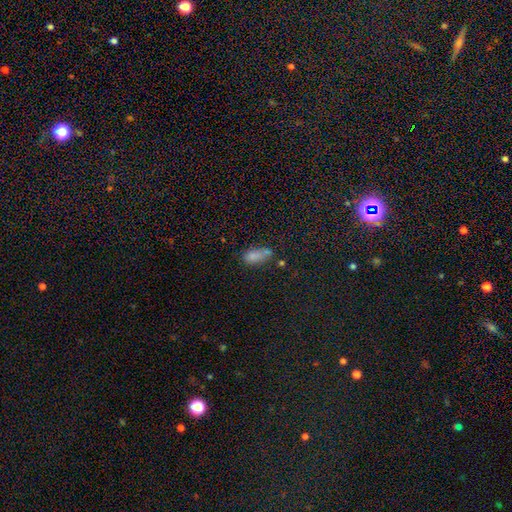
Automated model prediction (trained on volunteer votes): Overall: smooth (76%). How rounded: in between (84%). Merging: none (42%; merger 27%).